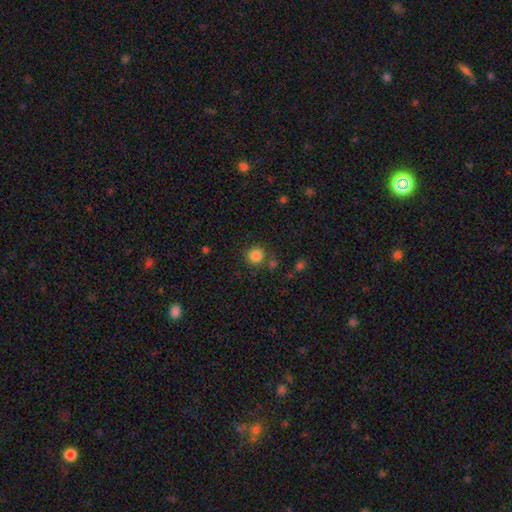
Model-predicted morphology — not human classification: smooth-or-featured: smooth: 84% | star or artifact: 11% | featured or disk: 4%
  how-rounded: round: 90% | in between: 9% | cigar-shaped: 1%
  merging: none: 79% | minor disturbance: 10% | merger: 8% | major disturbance: 4%